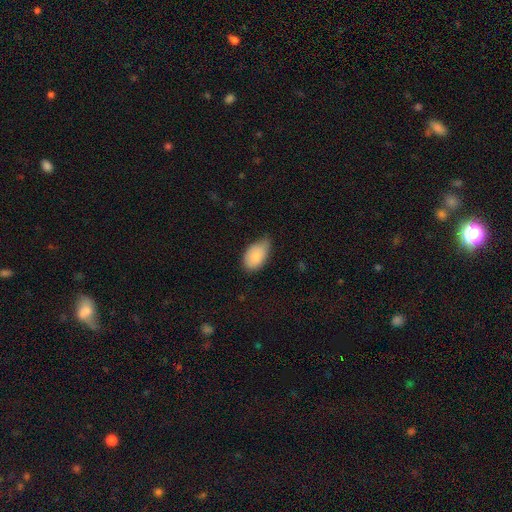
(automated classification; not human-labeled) This appears to be a smooth galaxy with no disk features (85%) that is in between round and cigar-shaped (92%). Merging: minor disturbance (47%).